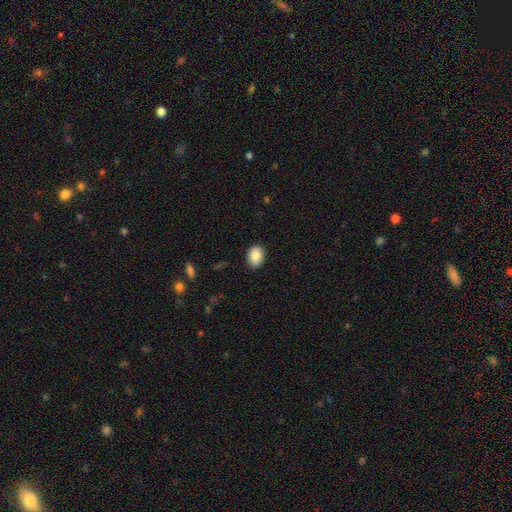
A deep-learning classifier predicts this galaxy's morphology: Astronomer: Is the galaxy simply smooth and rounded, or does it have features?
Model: smooth — 85%.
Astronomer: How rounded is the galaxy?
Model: in between — 71%.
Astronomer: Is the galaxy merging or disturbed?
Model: none — 89%.